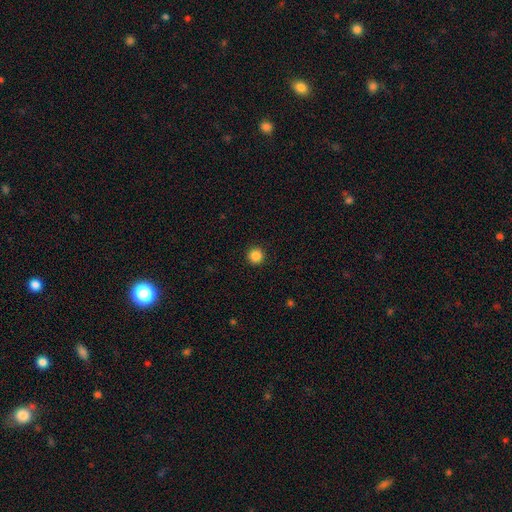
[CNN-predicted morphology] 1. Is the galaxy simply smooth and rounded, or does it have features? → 86% smooth, 11% star or artifact, 3% featured or disk.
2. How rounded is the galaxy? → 96% round, 3% in between, 1% cigar-shaped.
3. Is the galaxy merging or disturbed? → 93% none, 4% minor disturbance, 2% major disturbance, 1% merger.